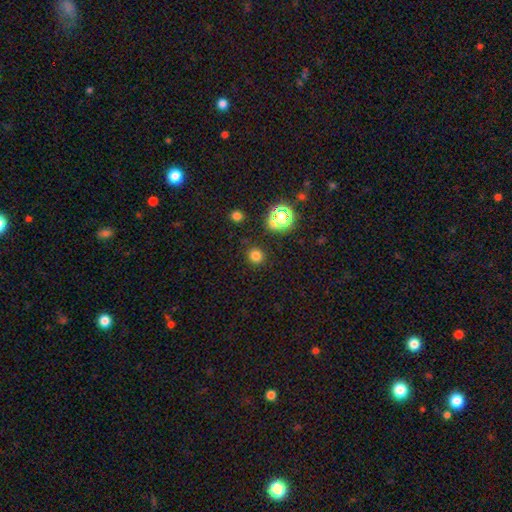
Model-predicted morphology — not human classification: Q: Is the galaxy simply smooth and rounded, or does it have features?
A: smooth — 75%.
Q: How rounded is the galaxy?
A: round — 90%.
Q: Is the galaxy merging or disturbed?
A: none — 88%.